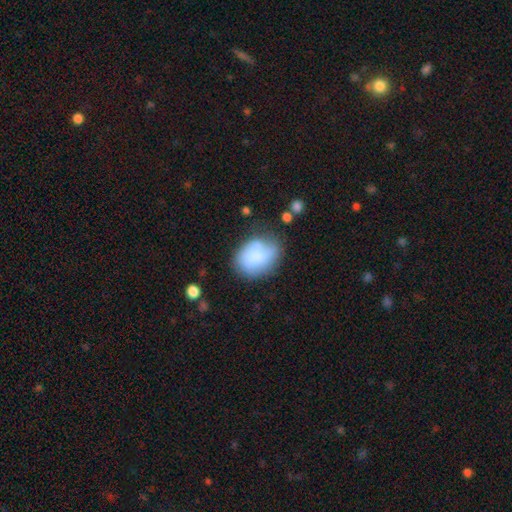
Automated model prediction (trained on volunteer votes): This is likely a smooth galaxy (74%). How rounded: likely in between (64%). Merging: possibly none (50%).